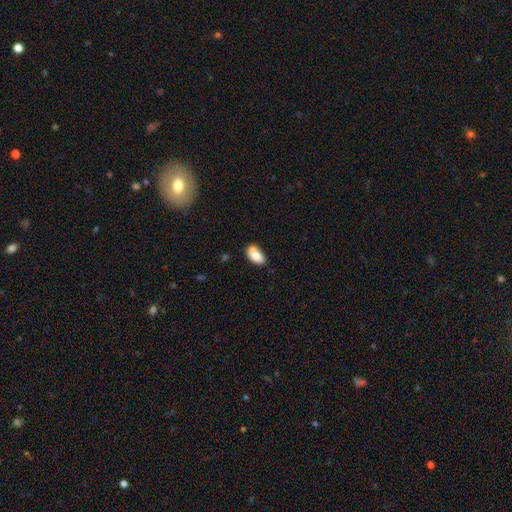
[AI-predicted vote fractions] This is likely a smooth galaxy (78%). How rounded: clearly in between (92%). Merging: likely none (63%).